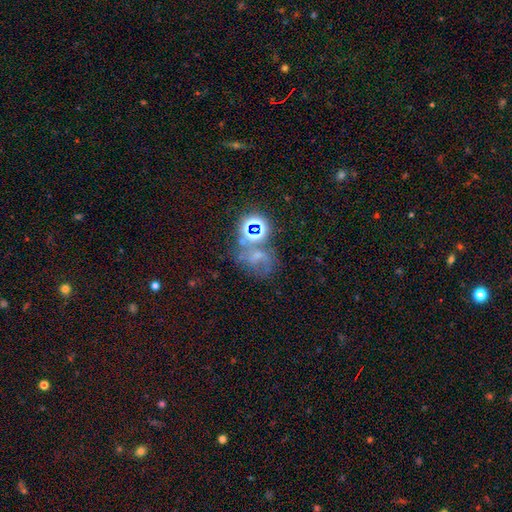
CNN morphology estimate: This is marginally a star or artifact rather than a galaxy (42%).